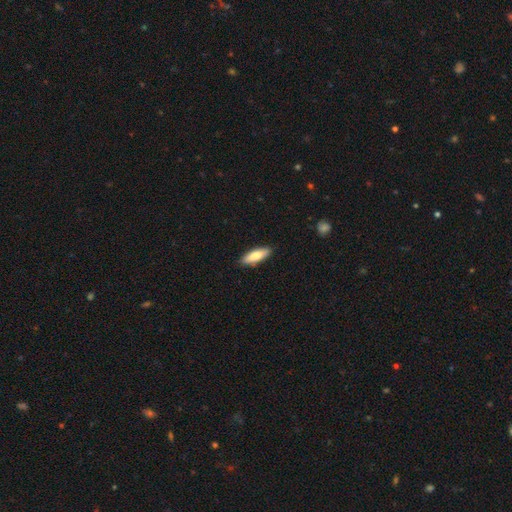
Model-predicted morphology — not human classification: A smooth galaxy with no disk features (78%) that is in between round and cigar-shaped (55%). Merging: none (88%).